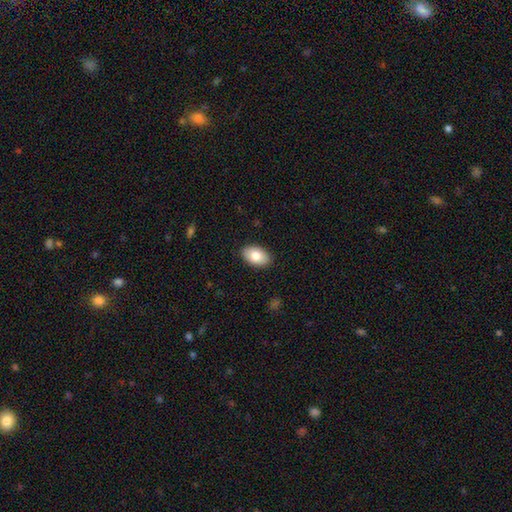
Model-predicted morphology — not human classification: Smooth or featured? smooth (80%)
How rounded? in between (91%)
Merging? none (88%)